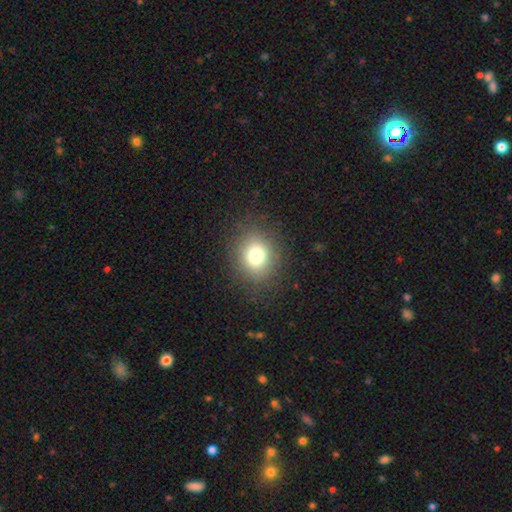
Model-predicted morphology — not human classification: The model was most divided on "how rounded": round: 77%, in between: 22%, cigar-shaped: 1%. More confident: merging — none (86%); smooth or featured — smooth (77%).